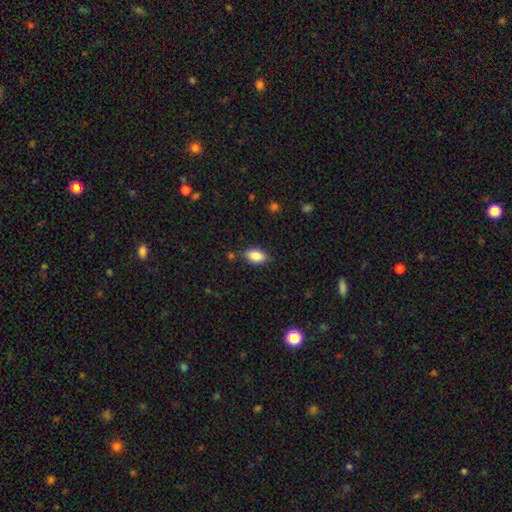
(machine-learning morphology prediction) Overall: smooth (87%). How rounded: in between (92%). Merging: none (83%).